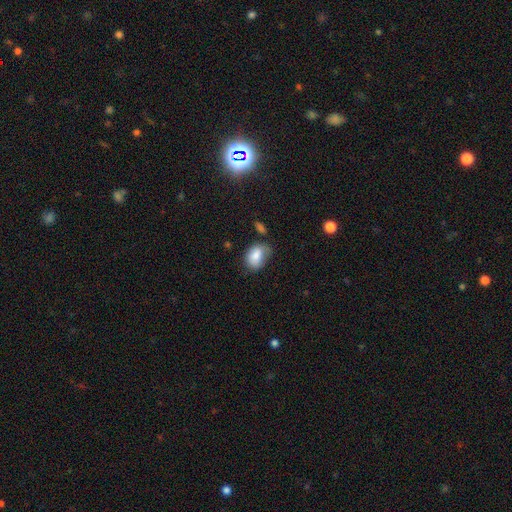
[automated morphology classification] A smooth galaxy with no disk features (81%) that is in between round and cigar-shaped (76%). Merging: none (46%).